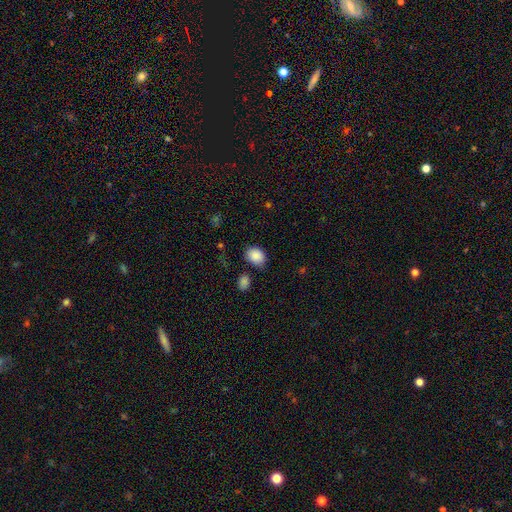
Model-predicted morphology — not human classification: Smooth or featured?
  - smooth: 88% *
  - star or artifact: 8%
  - featured or disk: 4%
How rounded?
  - in between: 61% *
  - round: 38%
  - cigar-shaped: 1%
Merging?
  - none: 73% *
  - minor disturbance: 17%
  - merger: 5%
  - major disturbance: 5%